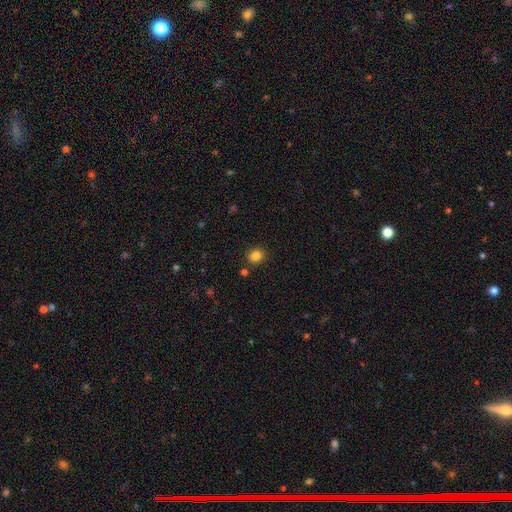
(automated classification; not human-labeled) A smooth galaxy with no disk features (84%) that is round (72%). Merging: none (85%).